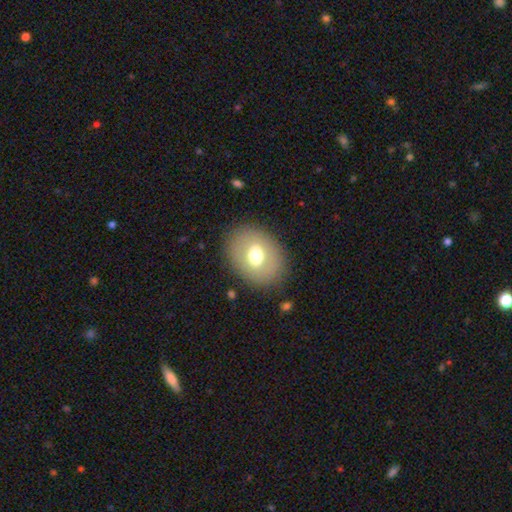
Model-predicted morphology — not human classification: Overall: smooth (63%; featured or disk 28%). How rounded: in between (63%; round 36%). Merging: none (85%).